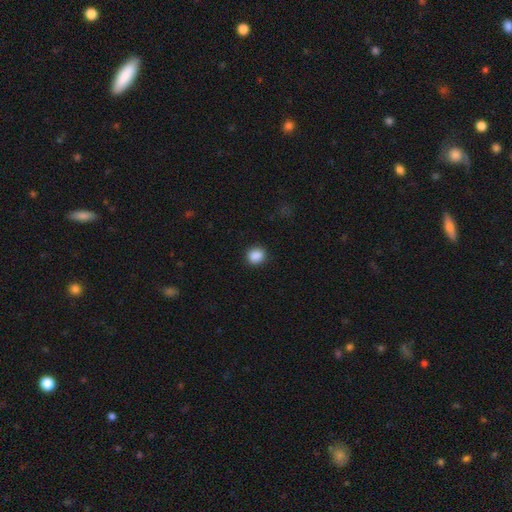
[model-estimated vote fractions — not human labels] smooth-or-featured: smooth: 88% | star or artifact: 9% | featured or disk: 3%
  how-rounded: round: 79% | in between: 20% | cigar-shaped: 1%
  merging: none: 89% | minor disturbance: 8% | major disturbance: 2% | merger: 1%